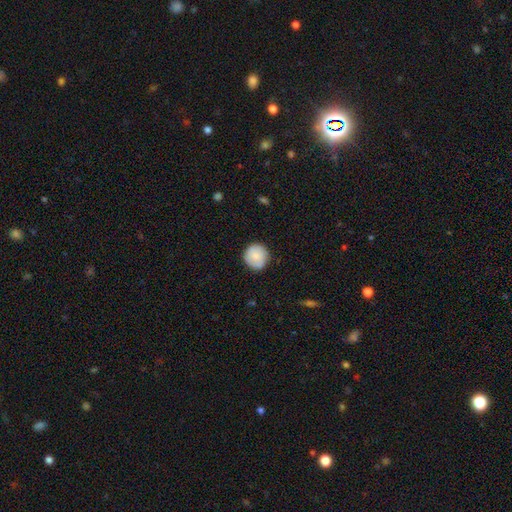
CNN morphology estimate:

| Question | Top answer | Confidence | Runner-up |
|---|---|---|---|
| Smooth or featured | smooth | 82% | featured or disk (11%) |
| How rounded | round | 92% | in between (7%) |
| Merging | none | 86% | minor disturbance (11%) |